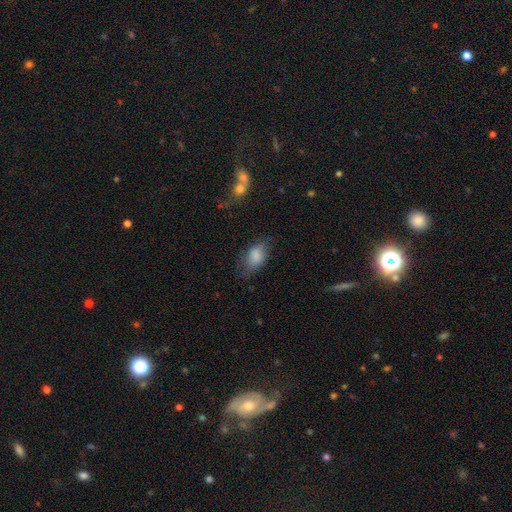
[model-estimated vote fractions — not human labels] The model was most divided on "merging": none: 62%, minor disturbance: 26%, major disturbance: 11%, merger: 2%. More confident: how rounded — in between (89%); smooth or featured — smooth (82%).